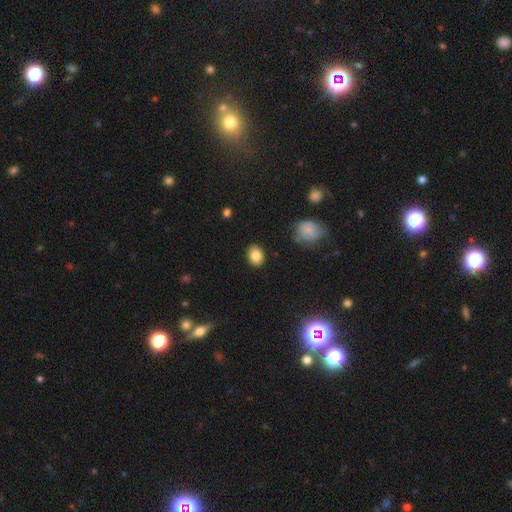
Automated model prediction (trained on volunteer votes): This is clearly a smooth galaxy (84%). How rounded: possibly in between (56%). Merging: clearly none (88%).